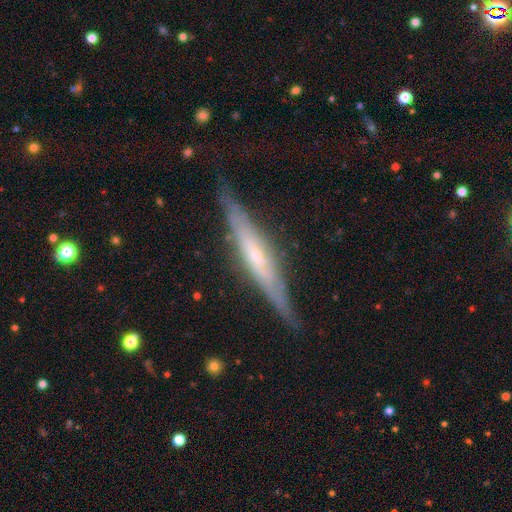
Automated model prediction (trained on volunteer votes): The model was most divided on "edge-on bulge": rounded: 45%, none: 39%, boxy: 16%. More confident: edge-on disk — yes (91%); merging — none (81%); smooth or featured — featured or disk (71%).